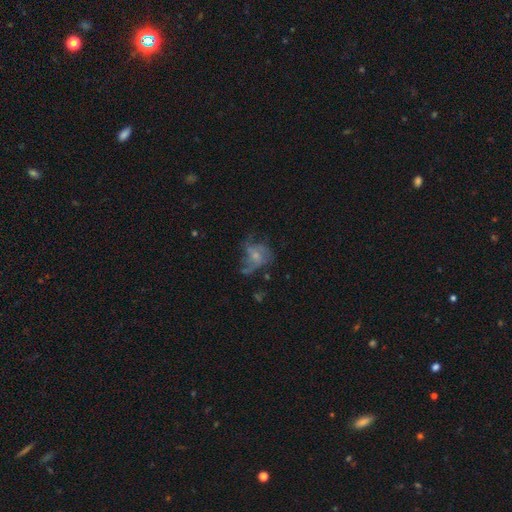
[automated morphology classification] Smooth or featured: featured or disk — 63% (smooth — 25%)
Edge-on disk: no — 98% (yes — 2%)
Bar: no — 75% (weak — 22%)
Spiral arms: yes — 70% (no — 30%)
Bulge size: small — 62% (moderate — 27%)
Merging: none — 42% (major disturbance — 33%)